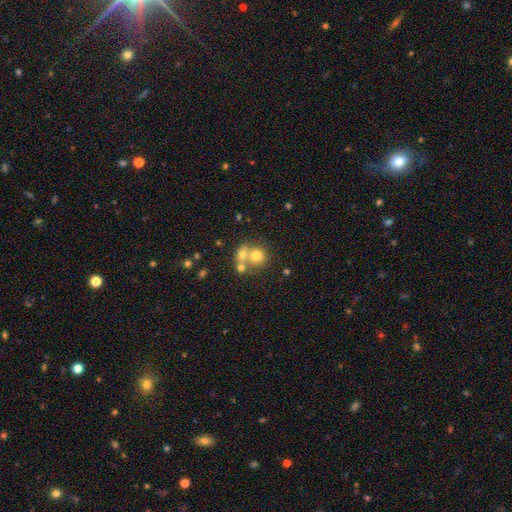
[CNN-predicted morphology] Smooth or featured? smooth (67%)
How rounded? round (80%)
Merging? merger (52%)